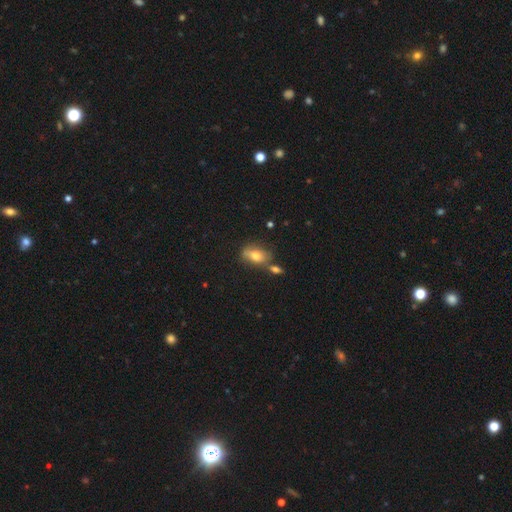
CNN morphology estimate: A smooth galaxy with no disk features (71%) that is in between round and cigar-shaped (82%). Merging: none (58%).